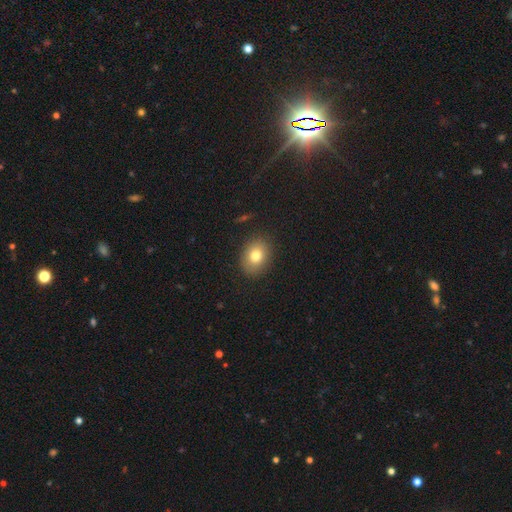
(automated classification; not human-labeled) This is likely a smooth galaxy (78%). How rounded: possibly in between (54%). Merging: clearly none (87%).